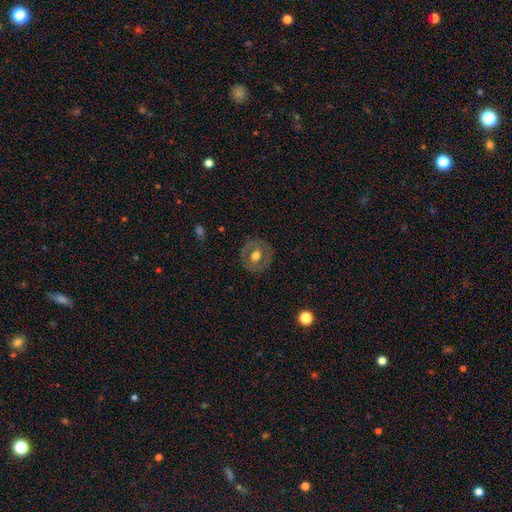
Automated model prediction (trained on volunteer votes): Smooth or featured: featured or disk — 46% (tied with smooth — 46%)
Merging: none — 83% (minor disturbance — 11%)